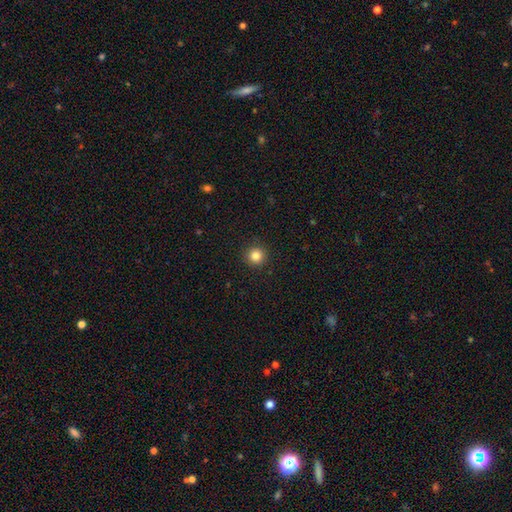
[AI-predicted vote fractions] Smooth or featured? Predicted: smooth (p=0.84). How rounded? Predicted: round (p=0.96). Merging? Predicted: none (p=0.92).